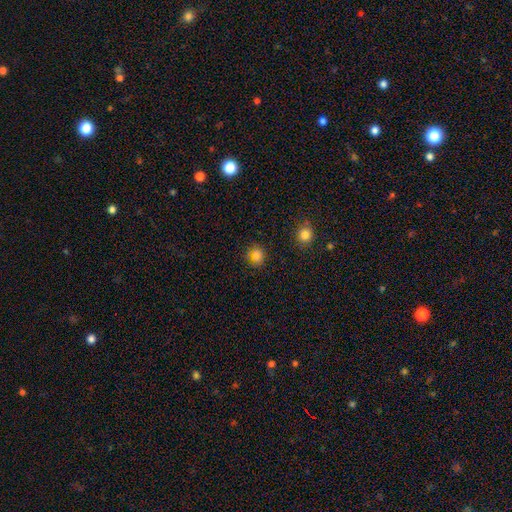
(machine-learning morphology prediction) smooth_or_featured: smooth (p=0.76) [alt: star or artifact p=0.18]
how_rounded: round (p=0.74) [alt: in between p=0.25]
merging: none (p=0.82) [alt: minor disturbance p=0.12]